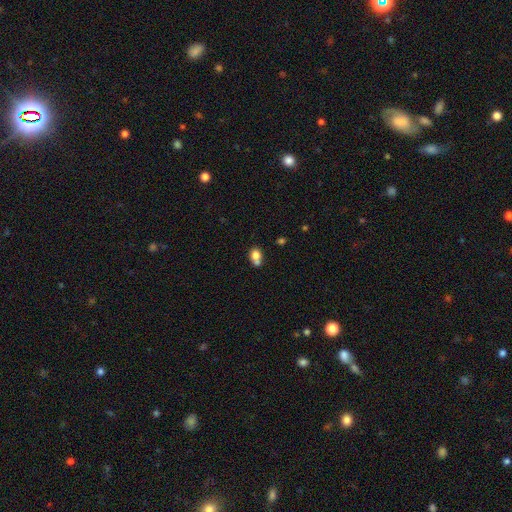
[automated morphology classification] The model was most divided on "how rounded": in between: 50%, round: 49%, cigar-shaped: 1%. Remaining: smooth or featured — smooth (77%); merging — merger (44%).